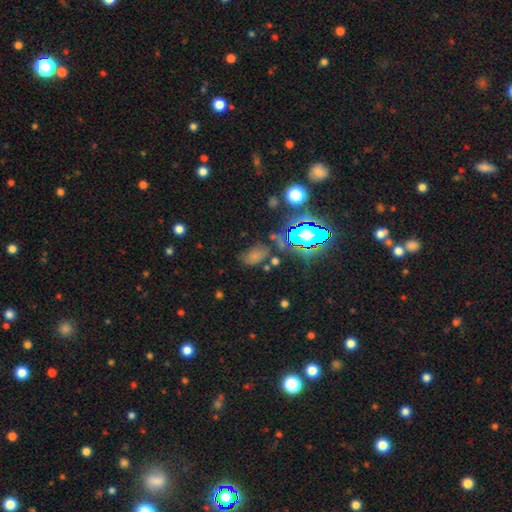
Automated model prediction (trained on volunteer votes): Smooth or featured: smooth — 58% (star or artifact — 28%)
How rounded: in between — 87% (round — 10%)
Merging: none — 63% (minor disturbance — 20%)